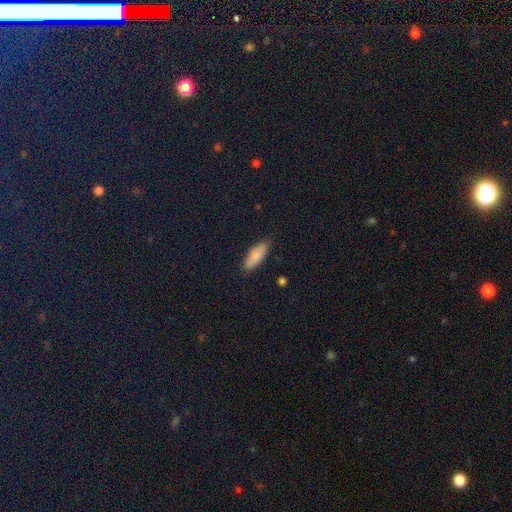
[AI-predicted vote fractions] Smooth or featured? smooth (85%)
How rounded? in between (62%)
Merging? none (85%)